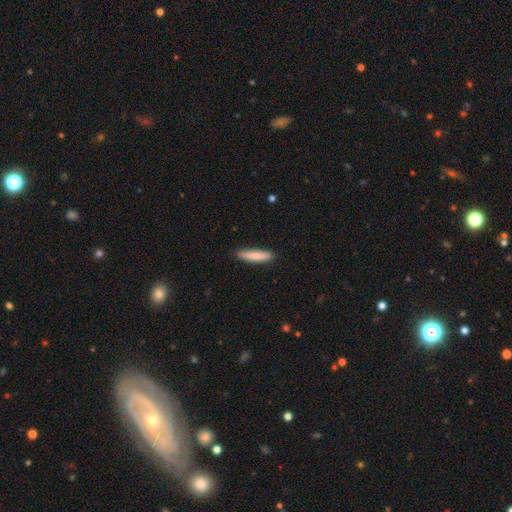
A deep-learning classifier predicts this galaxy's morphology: This is clearly a smooth galaxy (85%). How rounded: clearly cigar-shaped (82%). Merging: clearly none (89%).